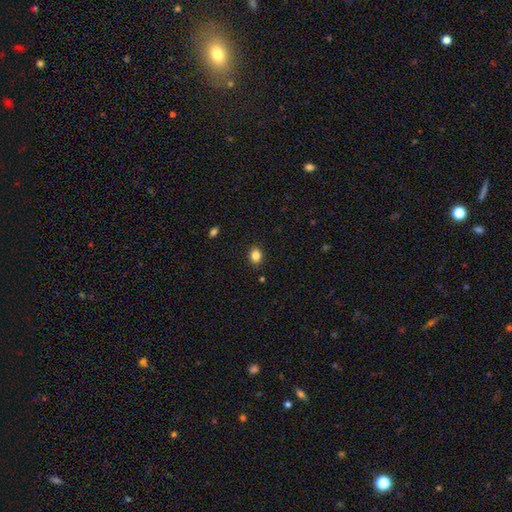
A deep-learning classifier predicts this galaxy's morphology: The model was most divided on "how rounded": round: 53%, in between: 46%, cigar-shaped: 1%. More confident: merging — none (89%); smooth or featured — smooth (85%).